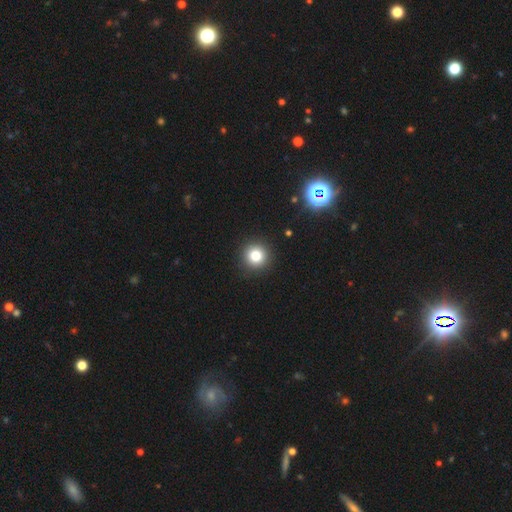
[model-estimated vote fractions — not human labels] smooth-or-featured: smooth: 81% | star or artifact: 12% | featured or disk: 7%
  how-rounded: round: 95% | in between: 4% | cigar-shaped: 1%
  merging: none: 92% | minor disturbance: 5% | major disturbance: 2% | merger: 1%